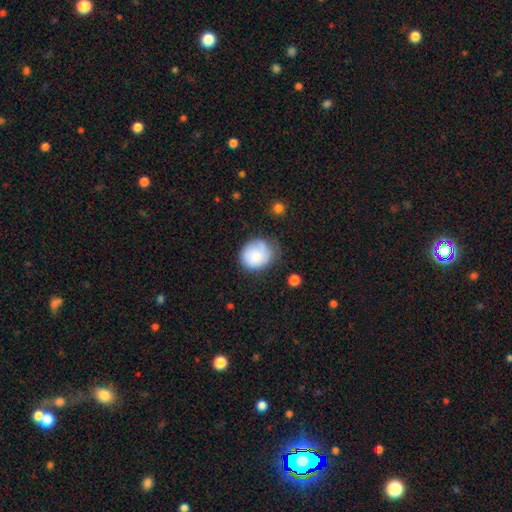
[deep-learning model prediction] A smooth galaxy with no disk features (73%) that is round (72%). Merging: none (54%).